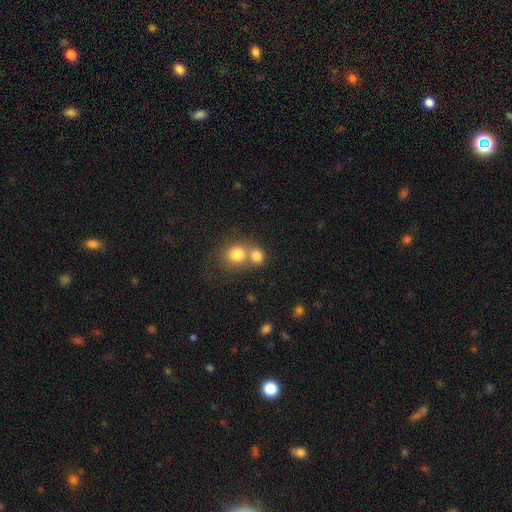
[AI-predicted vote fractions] A smooth galaxy with no disk features (79%) that is round (69%).

Vote fractions:
- Smooth or featured? smooth: 79% / star or artifact: 11% / featured or disk: 10%
- How rounded? round: 69% / in between: 29% / cigar-shaped: 1%
- Merging? merger: 52% / none: 38% / minor disturbance: 7% / major disturbance: 3%